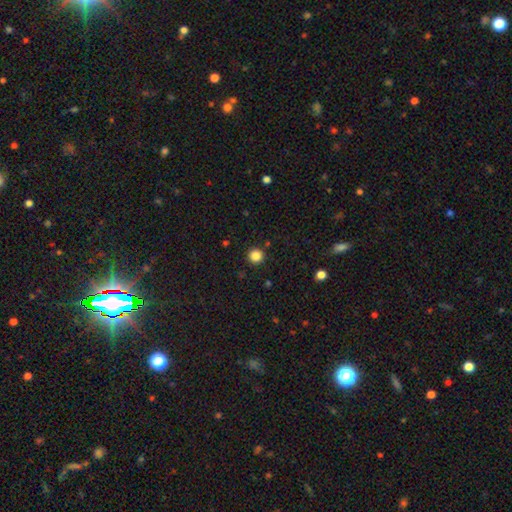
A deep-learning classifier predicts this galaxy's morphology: Q: Smooth or featured?
A: smooth (85%); runner-up: star or artifact (12%)
Q: How rounded?
A: round (96%); runner-up: in between (3%)
Q: Merging?
A: none (92%); runner-up: minor disturbance (5%)